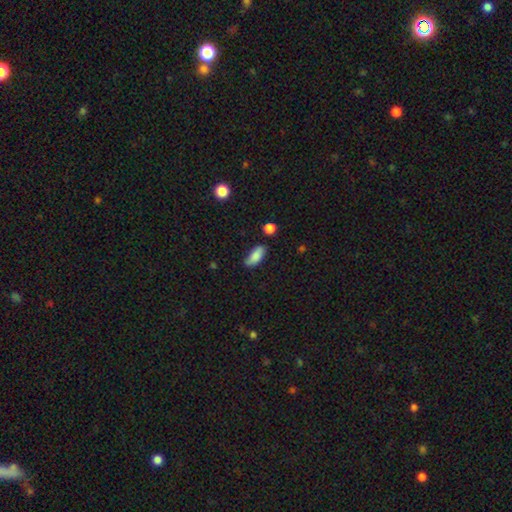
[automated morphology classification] This appears to be a smooth galaxy with no disk features (84%) that is in between round and cigar-shaped (80%). Merging: none (75%).